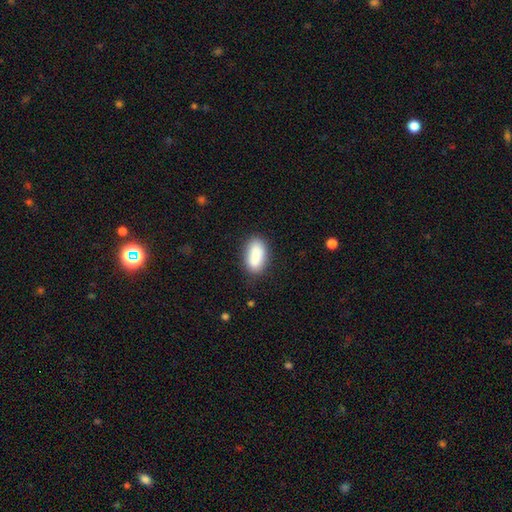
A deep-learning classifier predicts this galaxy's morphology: This appears to be a smooth galaxy with no disk features (88%) that is in between round and cigar-shaped (92%). Merging: none (82%).